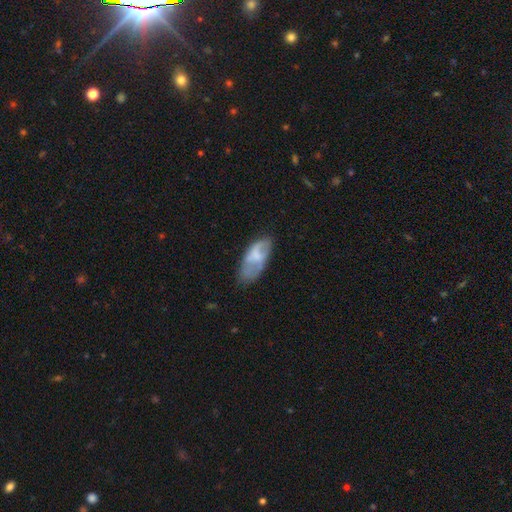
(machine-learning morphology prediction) Smooth or featured: smooth — 58% (featured or disk — 35%)
How rounded: in between — 89% (cigar-shaped — 9%)
Merging: none — 53% (minor disturbance — 30%)